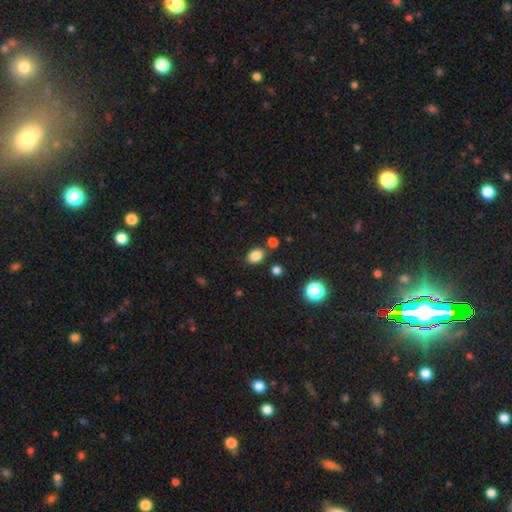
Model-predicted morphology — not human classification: Smooth or featured? Predicted: smooth (p=0.84). How rounded? Predicted: in between (p=0.68). Merging? Predicted: none (p=0.81).